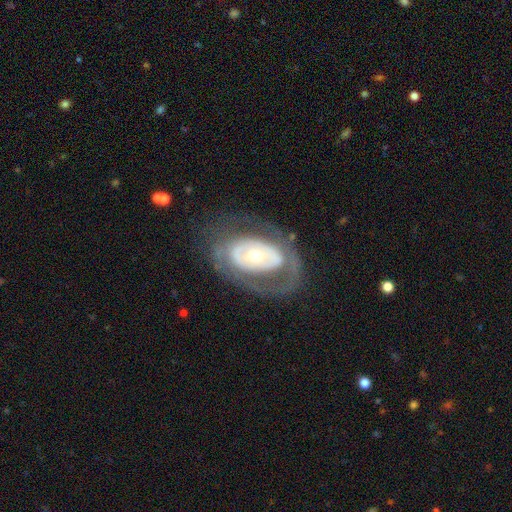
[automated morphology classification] Overall: featured or disk (72%). Edge-on disk: no (93%). Bar: no (72%). Spiral arms: no (55%; yes 45%). Bulge size: moderate (51%; small 41%). Merging: none (62%).